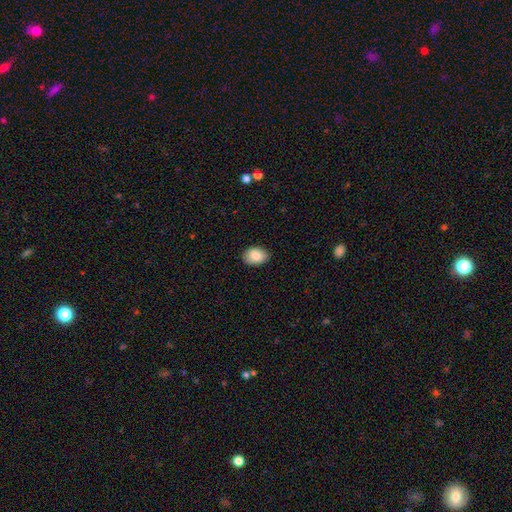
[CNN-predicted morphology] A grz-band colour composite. It shows a smooth galaxy with no disk features (88%) that is in between round and cigar-shaped (81%). Merging: none (86%).